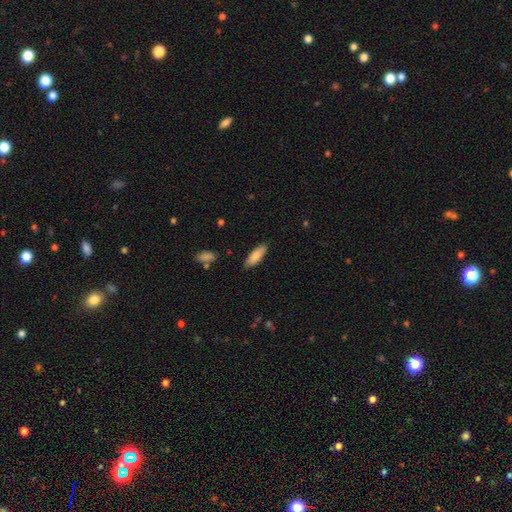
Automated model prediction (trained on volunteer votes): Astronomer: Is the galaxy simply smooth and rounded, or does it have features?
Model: smooth — 83%.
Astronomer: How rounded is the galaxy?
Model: in between — 55% (runner-up: cigar-shaped, 44%).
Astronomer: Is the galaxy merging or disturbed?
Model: none — 85%.